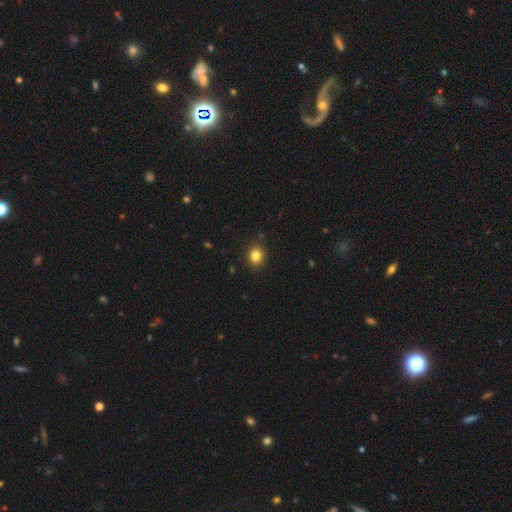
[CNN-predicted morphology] Smooth or featured? Predicted: smooth (p=0.82). How rounded? Predicted: round (p=0.79). Merging? Predicted: none (p=0.89).